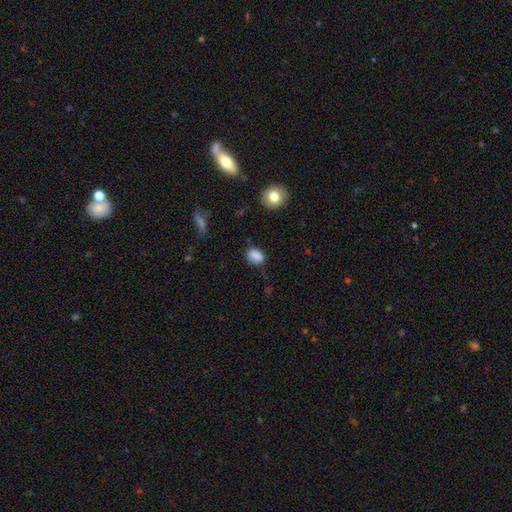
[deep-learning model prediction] Smooth or featured?
  - smooth: 85% *
  - star or artifact: 10%
  - featured or disk: 5%
How rounded?
  - in between: 71% *
  - round: 28%
  - cigar-shaped: 2%
Merging?
  - none: 75% *
  - minor disturbance: 18%
  - major disturbance: 4%
  - merger: 3%